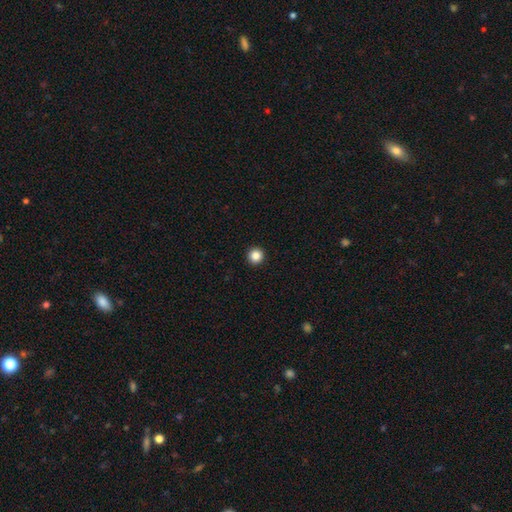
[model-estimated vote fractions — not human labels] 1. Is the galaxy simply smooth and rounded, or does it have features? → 86% smooth, 10% star or artifact, 3% featured or disk.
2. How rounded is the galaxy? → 96% round, 3% in between, 1% cigar-shaped.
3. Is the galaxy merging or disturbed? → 94% none, 4% minor disturbance, 1% major disturbance, 1% merger.